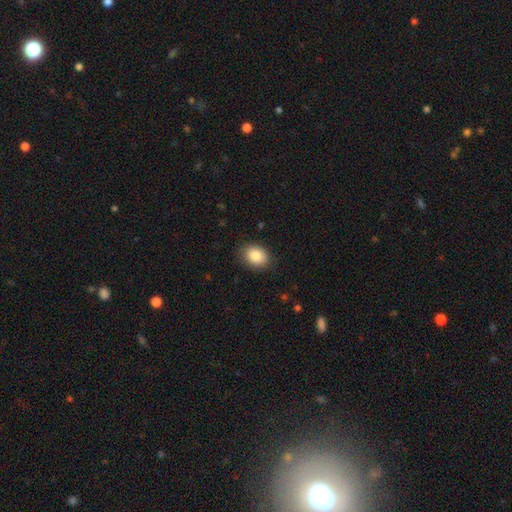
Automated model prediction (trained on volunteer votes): Smooth or featured? smooth (86%)
How rounded? in between (66%)
Merging? none (86%)